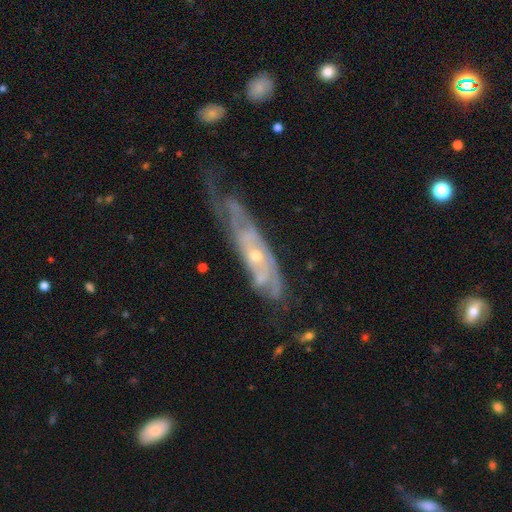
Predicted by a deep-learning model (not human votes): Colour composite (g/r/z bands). It shows a featured or disk galaxy (81%) with no bar (71%), tight (59%) spiral arms (89%) and a small central bulge (53%). Merging: none (40%).